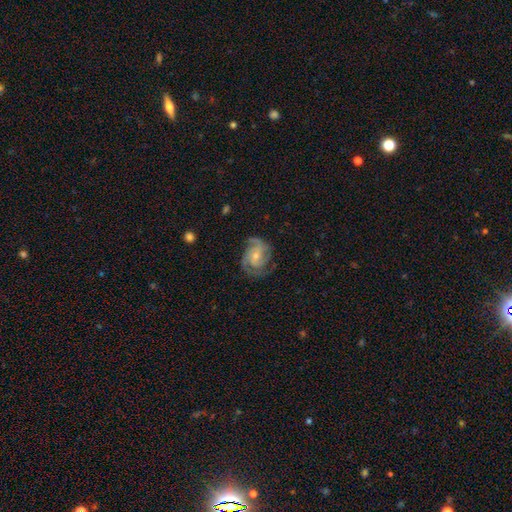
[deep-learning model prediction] A featured or disk galaxy (87%) with no bar (65%), 3 (49%) tight (46%) spiral arms (97%) and a small central bulge (62%).

Vote fractions:
- Smooth or featured? featured or disk: 87% / smooth: 8% / star or artifact: 5%
- Edge-on disk? no: 98% / yes: 2%
- Bar? no: 65% / weak: 29% / strong: 7%
- Spiral arms? yes: 97% / no: 3%
- Spiral winding? tight: 46% / medium: 44% / loose: 10%
- Spiral arm count? 3: 49% / 2: 25% / can't tell: 10% / 4: 8% / 1: 4% / more than 4: 4%
- Bulge size? small: 62% / moderate: 34% / none: 2% / large: 1% / dominant: 1%
- Merging? none: 70% / minor disturbance: 19% / major disturbance: 9% / merger: 1%